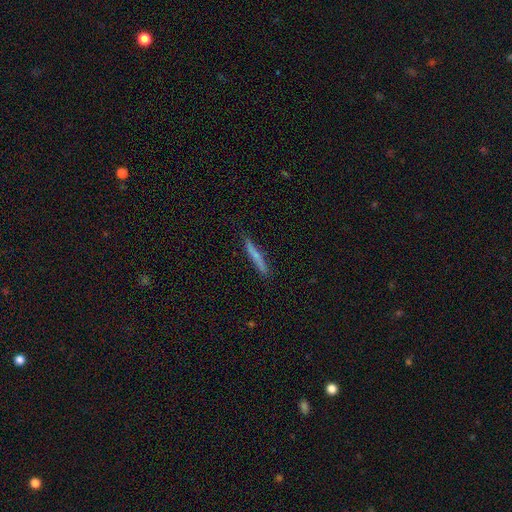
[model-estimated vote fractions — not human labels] A smooth galaxy with no disk features (60%) that is cigar-shaped (95%). Merging: none (85%).